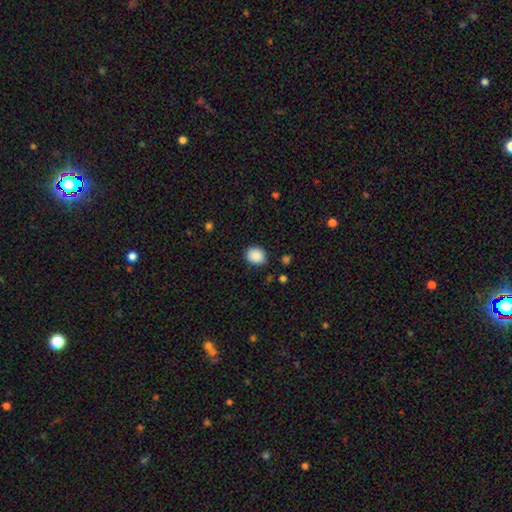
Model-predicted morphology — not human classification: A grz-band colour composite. It shows a smooth galaxy with no disk features (89%) that is in between round and cigar-shaped (51%). Merging: none (86%).